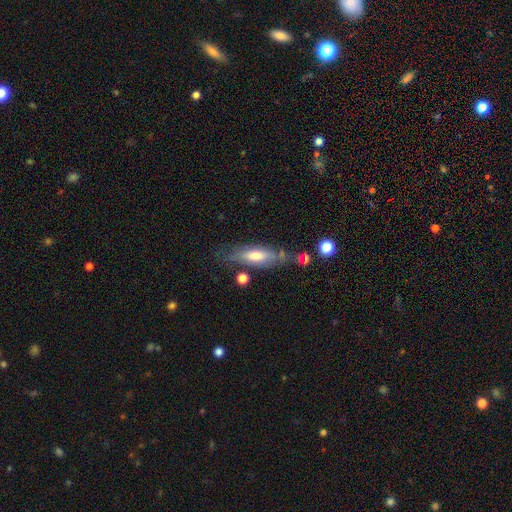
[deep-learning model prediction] Overall: smooth (50%; featured or disk 43%). Merging: none (64%).